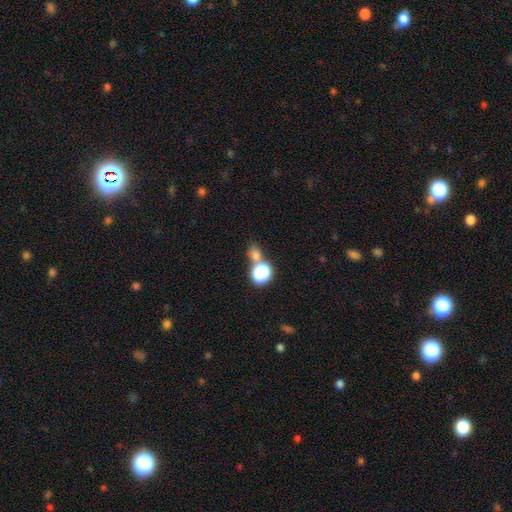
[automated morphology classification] Smooth or featured?
  - smooth: 67% *
  - star or artifact: 25%
  - featured or disk: 8%
How rounded?
  - round: 64% *
  - in between: 35%
  - cigar-shaped: 2%
Merging?
  - none: 56% *
  - merger: 31%
  - minor disturbance: 9%
  - major disturbance: 4%